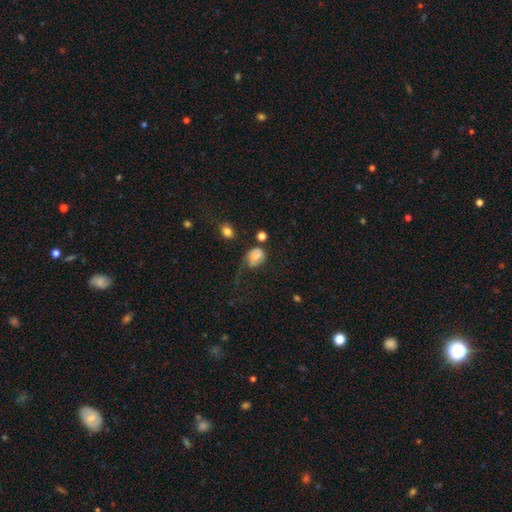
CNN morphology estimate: The model was most divided on "how rounded": round: 51%, in between: 47%, cigar-shaped: 1%. Remaining: smooth or featured — smooth (60%); merging — major disturbance (36%).